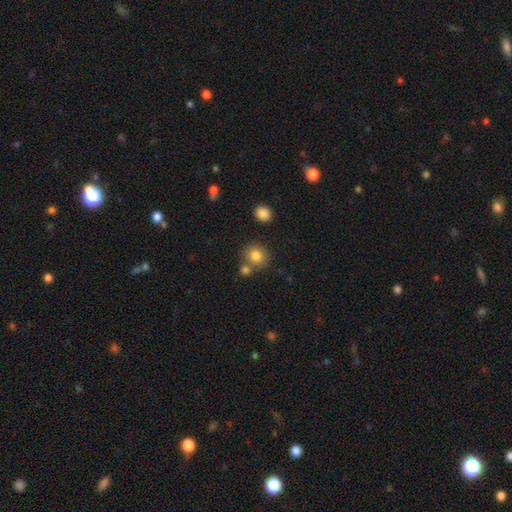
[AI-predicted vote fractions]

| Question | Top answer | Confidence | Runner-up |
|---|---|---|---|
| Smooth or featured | smooth | 82% | star or artifact (11%) |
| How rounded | round | 86% | in between (13%) |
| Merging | none | 66% | merger (22%) |